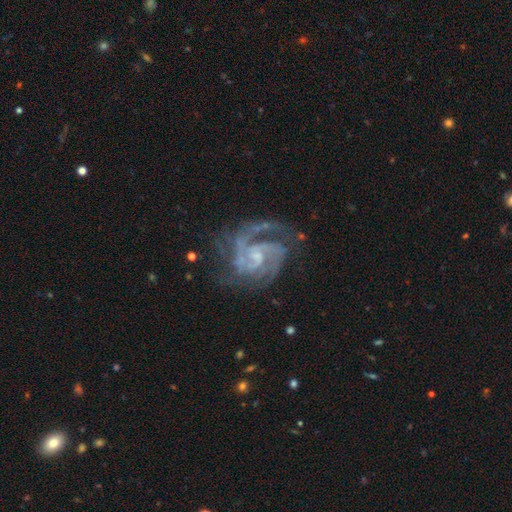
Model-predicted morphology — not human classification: Smooth or featured? Predicted: featured or disk (p=0.91). Edge-on disk? Predicted: no (p=0.98). Bar? Predicted: weak (p=0.47). Spiral arms? Predicted: yes (p=0.98). Spiral winding? Predicted: medium (p=0.50). Spiral arm count? Predicted: 2 (p=0.47). Bulge size? Predicted: small (p=0.60). Merging? Predicted: none (p=0.64).